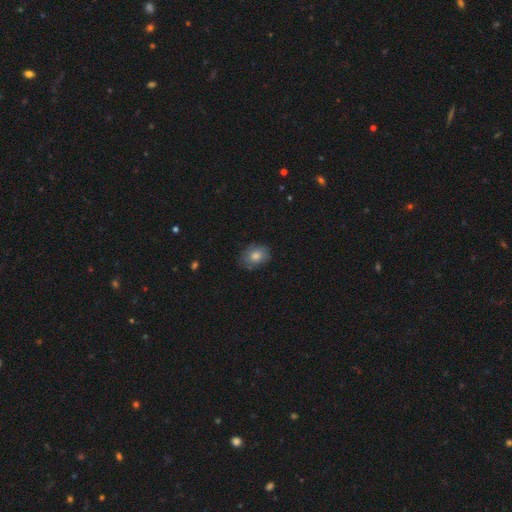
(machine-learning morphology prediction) Overall: smooth (73%). How rounded: in between (63%; round 36%). Merging: none (77%).